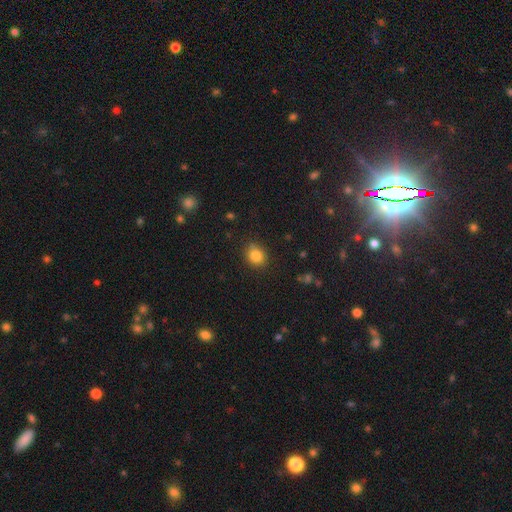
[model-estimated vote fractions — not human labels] Smooth or featured: smooth — 84% (star or artifact — 11%)
How rounded: round — 67% (in between — 32%)
Merging: none — 79% (minor disturbance — 15%)